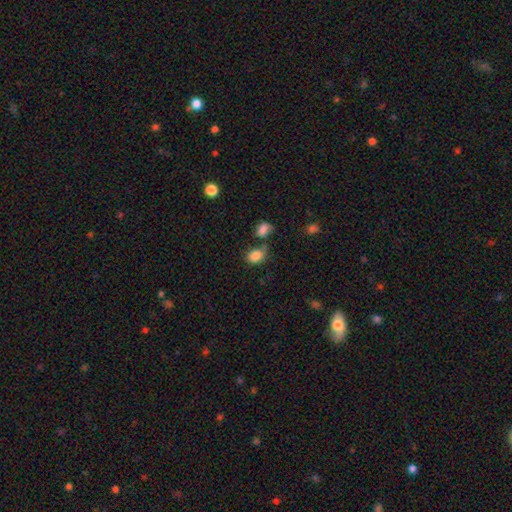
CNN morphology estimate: Smooth or featured?
  - smooth: 84% *
  - star or artifact: 10%
  - featured or disk: 6%
How rounded?
  - in between: 61% *
  - round: 37%
  - cigar-shaped: 1%
Merging?
  - none: 50% *
  - merger: 25%
  - minor disturbance: 17%
  - major disturbance: 7%